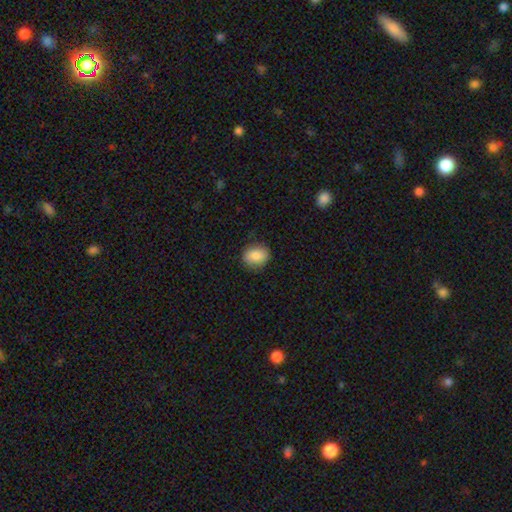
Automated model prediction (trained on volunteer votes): Overall: smooth (87%). How rounded: in between (53%; round 46%). Merging: none (84%).